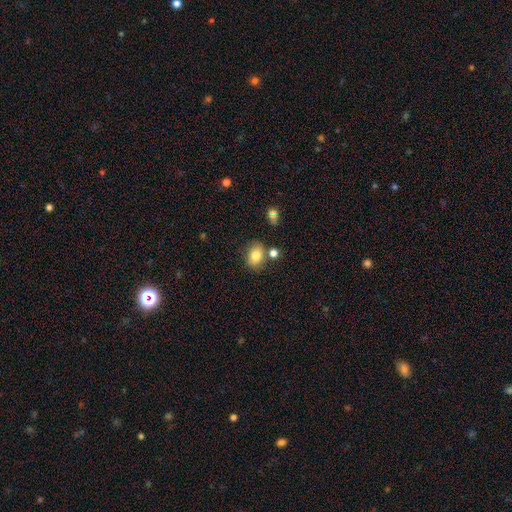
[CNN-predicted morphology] type=smooth (82%); roundness=in between (67%); merging=none (69%).